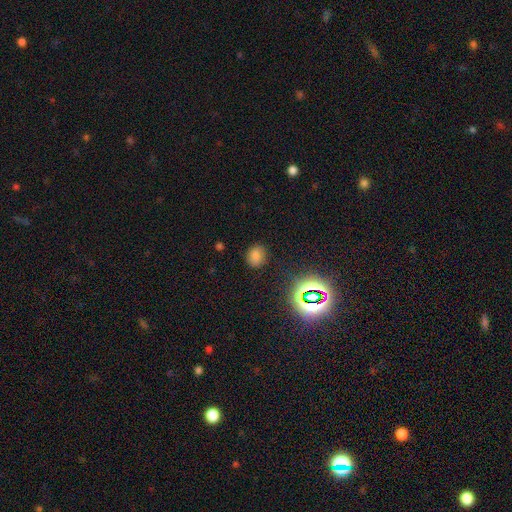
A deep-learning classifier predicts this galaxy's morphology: A smooth galaxy with no disk features (62%) that is round (60%). Merging: none (85%).